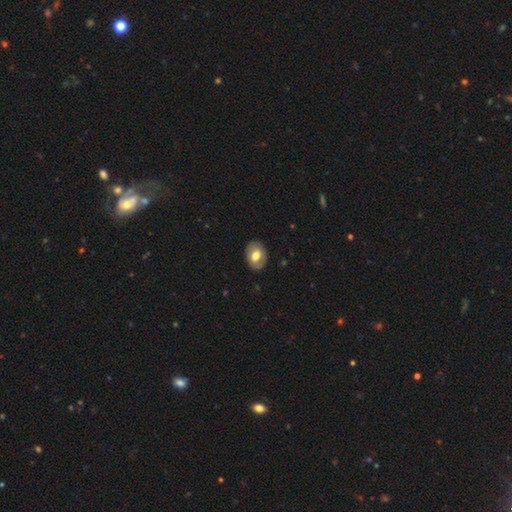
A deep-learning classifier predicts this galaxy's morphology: type=smooth (65%); roundness=in between (69%); merging=none (85%).